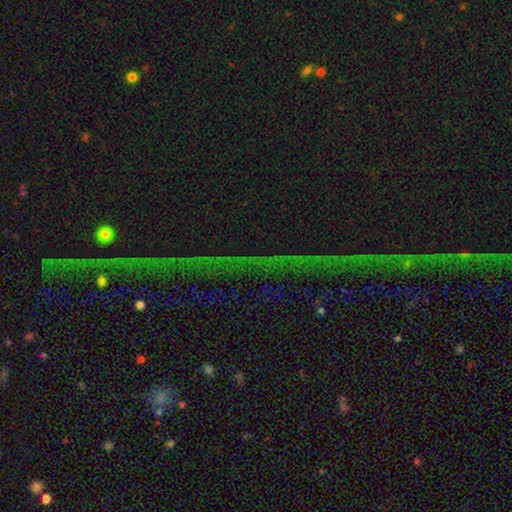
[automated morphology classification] This appears to be a star or artifact, not a galaxy (84%).